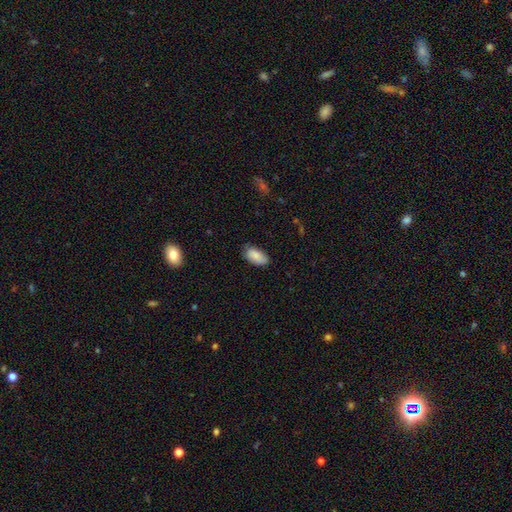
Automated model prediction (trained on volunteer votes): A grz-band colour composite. It shows a smooth galaxy with no disk features (85%) that is in between round and cigar-shaped (94%). Merging: none (73%).